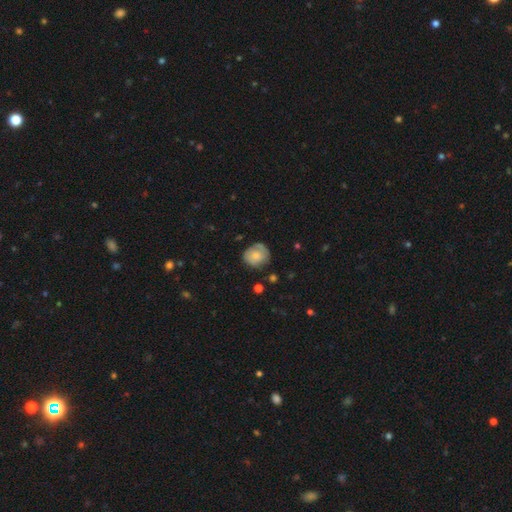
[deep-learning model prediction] Smooth or featured: smooth — 67% (featured or disk — 26%)
How rounded: round — 80% (in between — 19%)
Merging: none — 67% (minor disturbance — 24%)